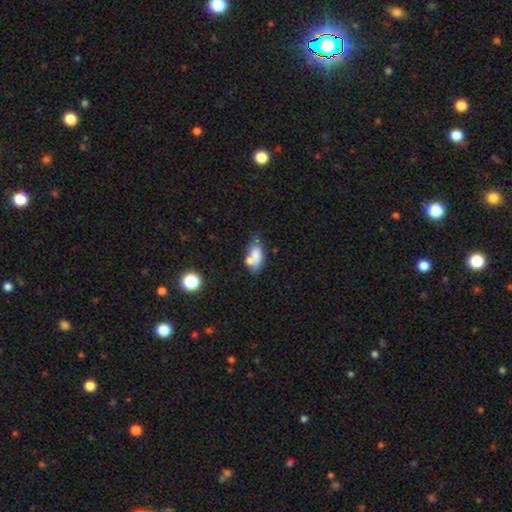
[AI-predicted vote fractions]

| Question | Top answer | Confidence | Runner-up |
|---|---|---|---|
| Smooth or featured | smooth | 70% | featured or disk (20%) |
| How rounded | in between | 87% | cigar-shaped (7%) |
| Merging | none | 38% | merger (30%) |